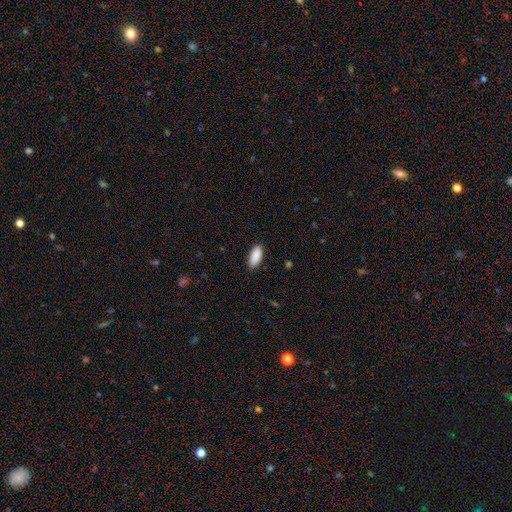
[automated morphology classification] A smooth galaxy with no disk features (90%) that is in between round and cigar-shaped (86%). Merging: none (87%).